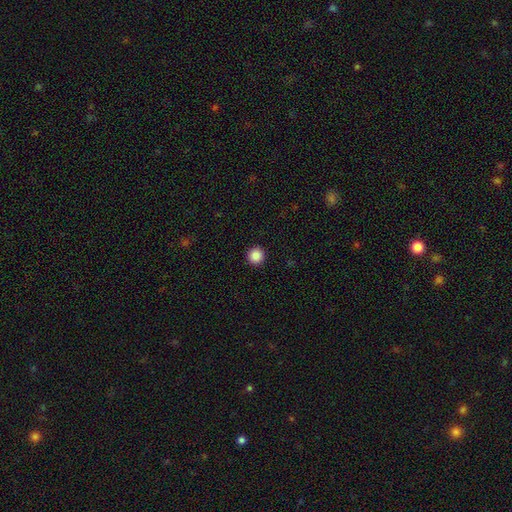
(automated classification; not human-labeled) The model was most divided on "smooth or featured": smooth: 87%, star or artifact: 10%, featured or disk: 3%. More confident: how rounded — round (96%); merging — none (93%).